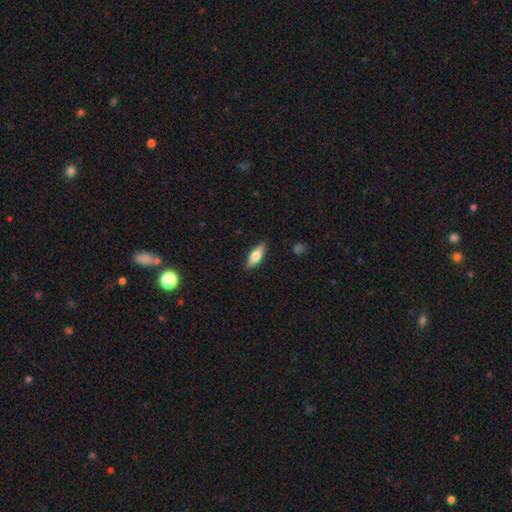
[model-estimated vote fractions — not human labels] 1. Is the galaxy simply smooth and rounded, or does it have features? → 59% smooth, 34% featured or disk, 6% star or artifact.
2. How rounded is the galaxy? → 59% in between, 38% cigar-shaped, 3% round.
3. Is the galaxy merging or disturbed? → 88% none, 9% minor disturbance, 2% major disturbance, 1% merger.